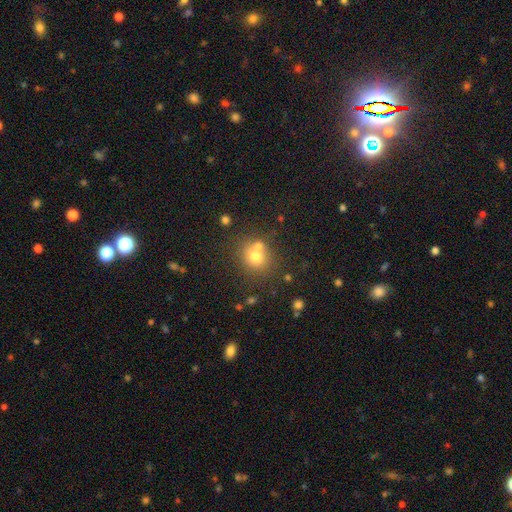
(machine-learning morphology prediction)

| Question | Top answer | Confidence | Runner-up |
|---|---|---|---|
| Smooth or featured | smooth | 72% | star or artifact (15%) |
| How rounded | round | 81% | in between (18%) |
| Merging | none | 60% | merger (27%) |